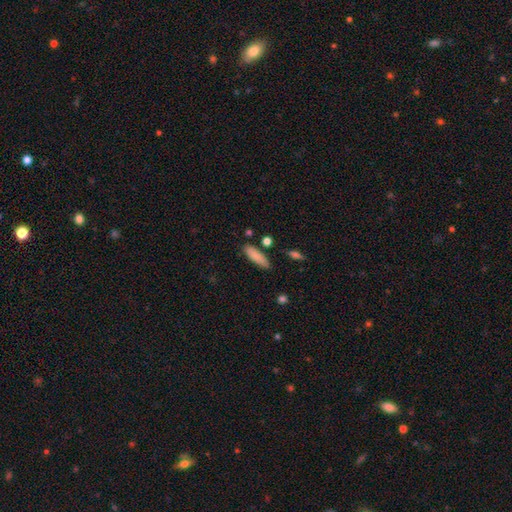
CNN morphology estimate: Smooth or featured: smooth — 86% (featured or disk — 7%)
How rounded: cigar-shaped — 51% (in between — 48%)
Merging: none — 81% (minor disturbance — 13%)